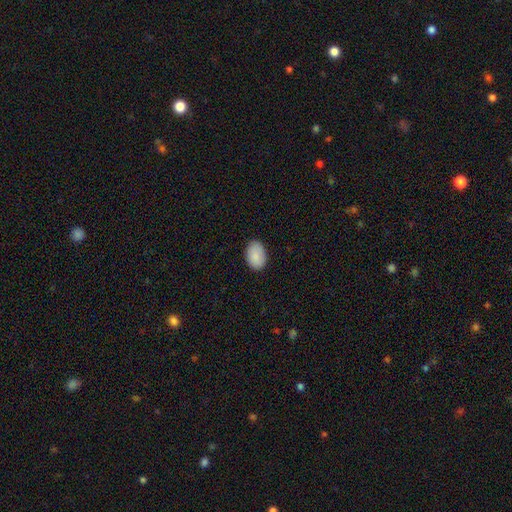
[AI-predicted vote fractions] Smooth or featured? smooth (89%)
How rounded? in between (88%)
Merging? none (85%)